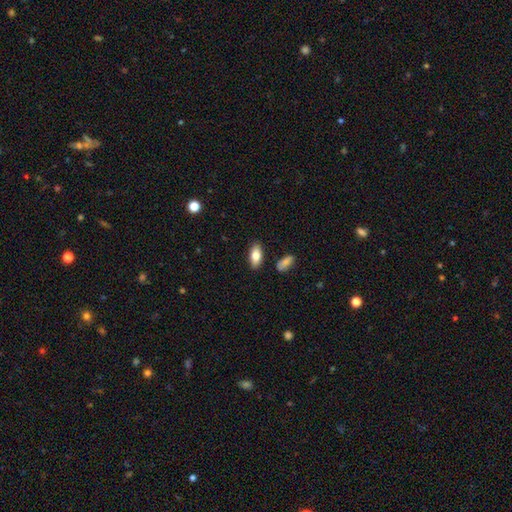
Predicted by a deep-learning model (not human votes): The model was most divided on "smooth or featured": smooth: 81%, featured or disk: 12%, star or artifact: 7%. More confident: how rounded — in between (88%); merging — none (85%).